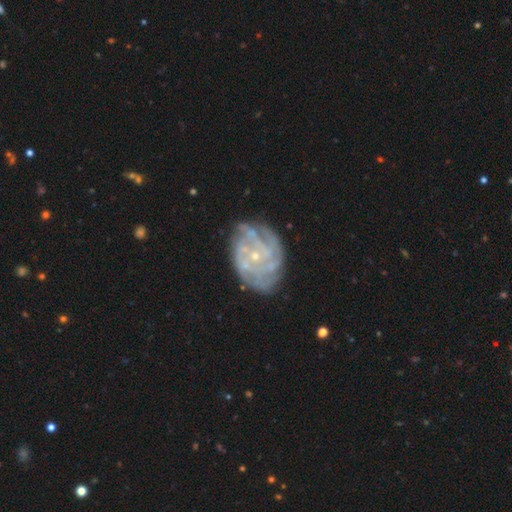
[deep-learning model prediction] Morphology: type=featured or disk (83%); edge-on=no (97%); bar=no (73%); spiral arms=yes (90%); winding=tight (66%); arm count=can't tell (38%); bulge=small (82%); merging=none (72%).